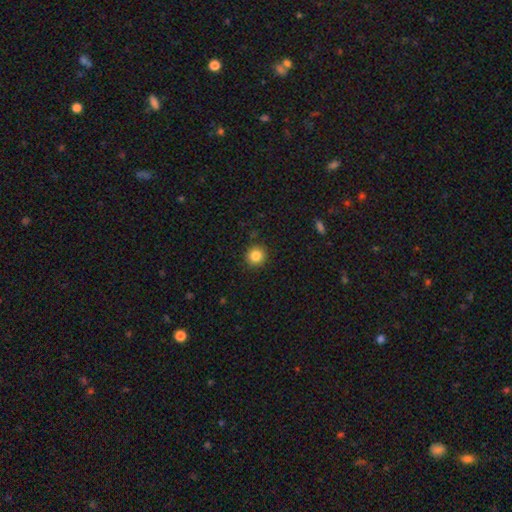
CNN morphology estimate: Q: Smooth or featured?
A: smooth (84%); runner-up: star or artifact (11%)
Q: How rounded?
A: round (94%); runner-up: in between (5%)
Q: Merging?
A: none (91%); runner-up: minor disturbance (6%)